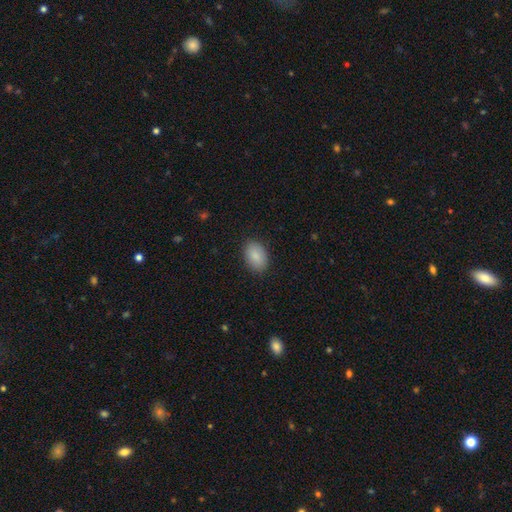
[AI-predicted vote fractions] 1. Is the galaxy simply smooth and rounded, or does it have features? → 89% smooth, 7% star or artifact, 4% featured or disk.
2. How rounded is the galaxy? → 88% in between, 11% round, 1% cigar-shaped.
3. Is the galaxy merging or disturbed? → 88% none, 9% minor disturbance, 2% major disturbance, 1% merger.